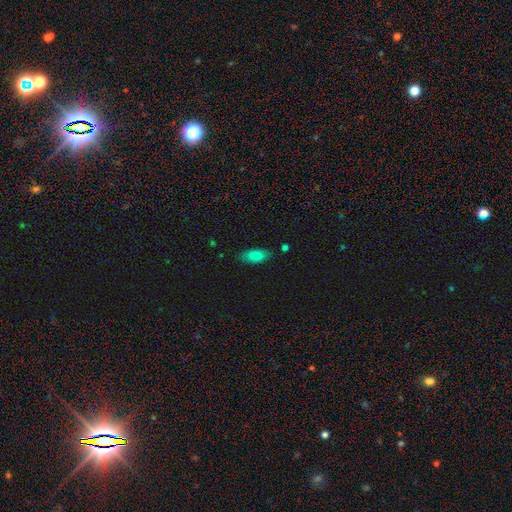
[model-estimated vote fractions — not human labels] smooth 85%, star or artifact 8%, featured or disk 7%. Down the decision tree: how rounded — in between (84%); merging — none (78%).